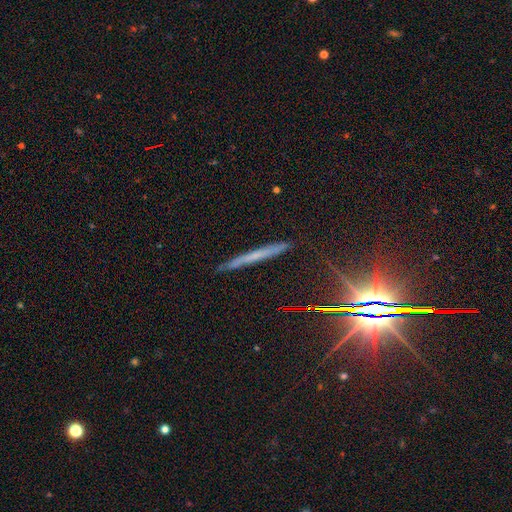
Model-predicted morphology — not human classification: Smooth or featured? Predicted: featured or disk (p=0.42). Merging? Predicted: none (p=0.85).